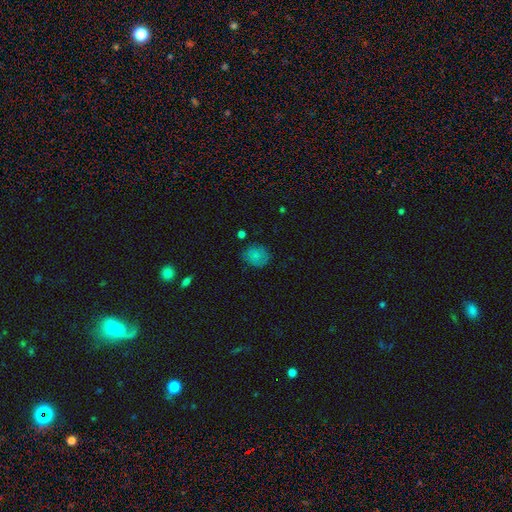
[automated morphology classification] A smooth galaxy with no disk features (78%) that is round (65%). Merging: none (72%).